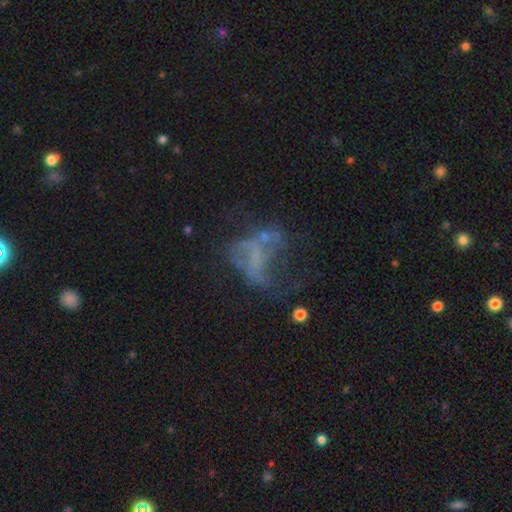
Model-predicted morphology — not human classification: This appears to be a featured or disk galaxy (58%) with no bar (74%), no spiral arms (77%) and no central bulge (80%). Merging: major disturbance (43%).